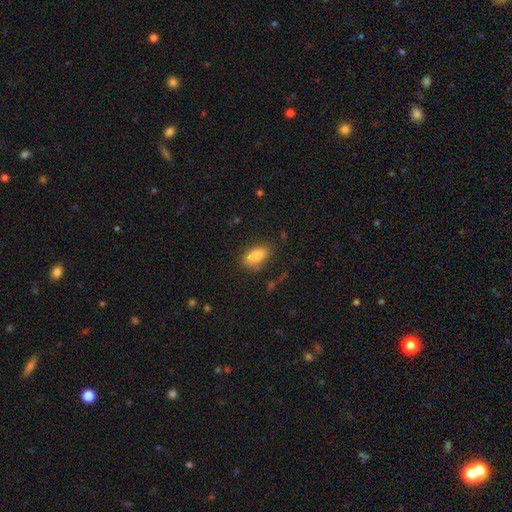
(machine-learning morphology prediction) smooth 85%, star or artifact 7%, featured or disk 7%. Down the decision tree: how rounded — in between (89%); merging — none (77%).